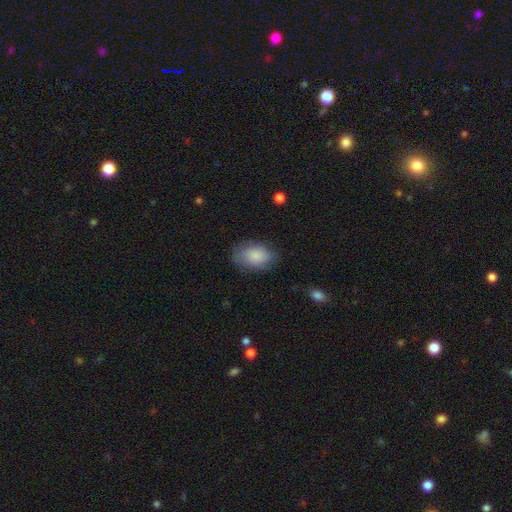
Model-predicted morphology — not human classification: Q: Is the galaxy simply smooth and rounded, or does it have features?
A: smooth — 84%.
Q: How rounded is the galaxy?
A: in between — 89%.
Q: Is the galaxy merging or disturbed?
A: none — 76%.